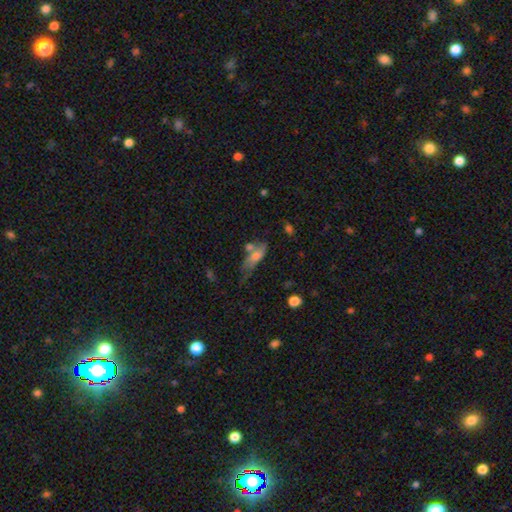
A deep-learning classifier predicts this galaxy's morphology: A smooth galaxy with no disk features (64%) that is in between round and cigar-shaped (69%). Merging: none (31%).